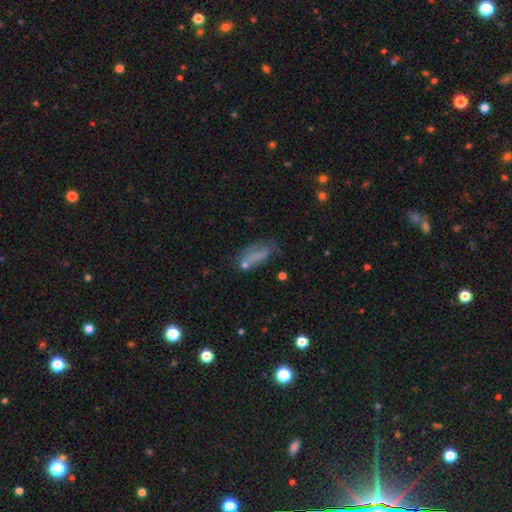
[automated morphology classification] The model was most divided on "merging": none: 46%, minor disturbance: 27%, major disturbance: 18%, merger: 9%. More confident: smooth or featured — smooth (68%); how rounded — in between (67%).